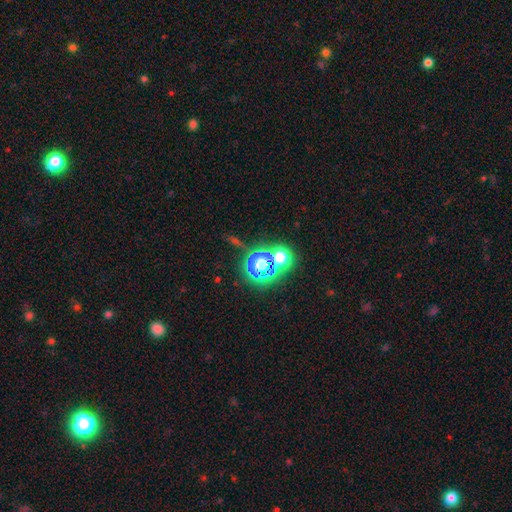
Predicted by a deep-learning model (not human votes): The model was most divided on "smooth or featured": star or artifact: 68%, smooth: 24%, featured or disk: 8%.